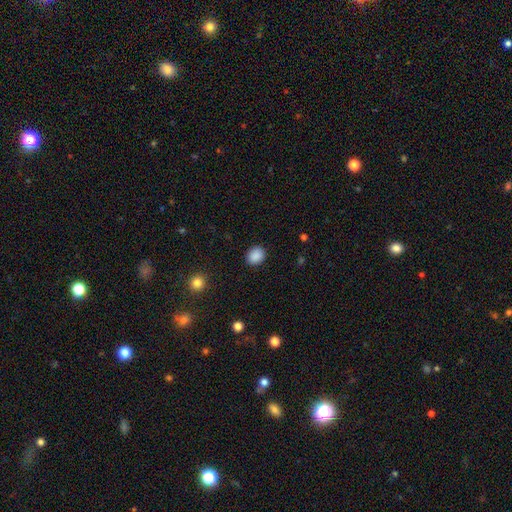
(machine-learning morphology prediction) Smooth or featured? Predicted: smooth (p=0.89). How rounded? Predicted: round (p=0.61). Merging? Predicted: none (p=0.89).